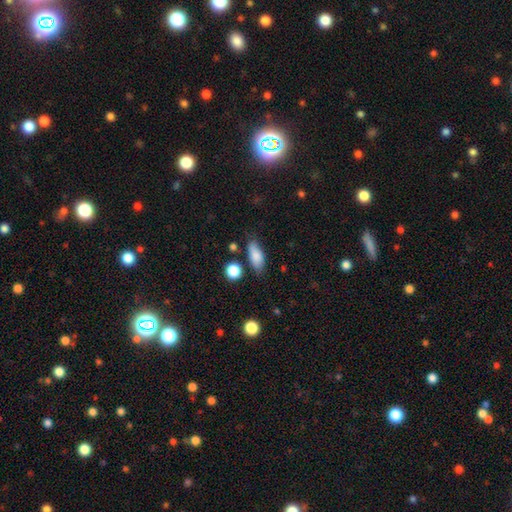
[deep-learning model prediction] Smooth or featured: smooth — 83% (featured or disk — 10%)
How rounded: in between — 76% (cigar-shaped — 19%)
Merging: none — 74% (minor disturbance — 17%)